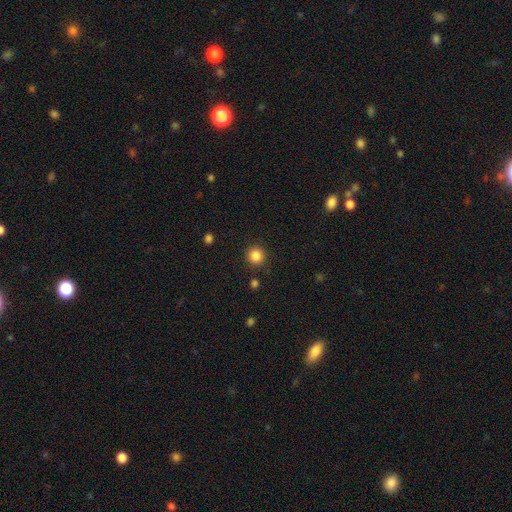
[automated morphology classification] Smooth or featured: smooth — 86% (star or artifact — 11%)
How rounded: round — 94% (in between — 5%)
Merging: none — 90% (minor disturbance — 6%)